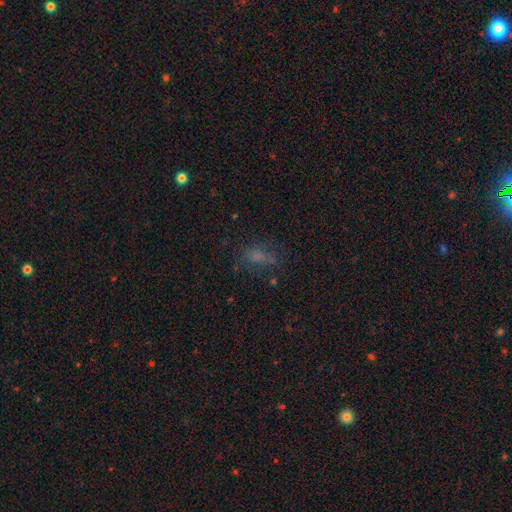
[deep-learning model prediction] smooth_or_featured: smooth (p=0.56) [alt: star or artifact p=0.26]
how_rounded: in between (p=0.74) [alt: round p=0.16]
merging: none (p=0.56) [alt: minor disturbance p=0.21]